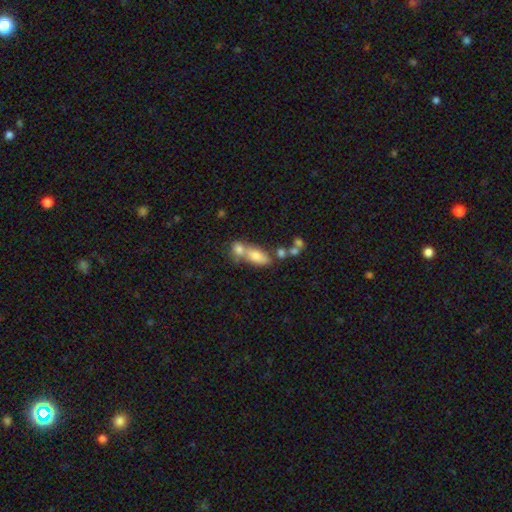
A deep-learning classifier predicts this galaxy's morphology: type=smooth (72%); roundness=in between (77%); merging=merger (58%).